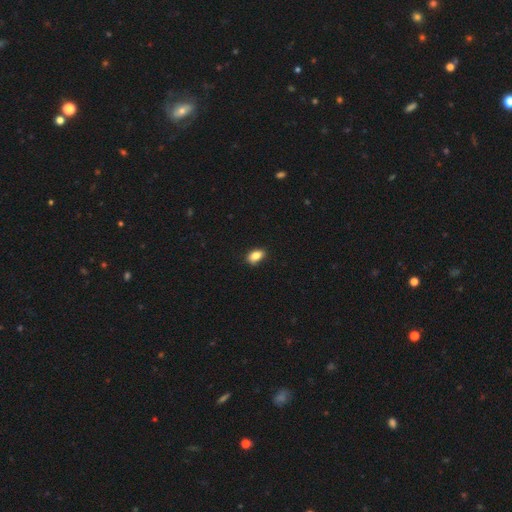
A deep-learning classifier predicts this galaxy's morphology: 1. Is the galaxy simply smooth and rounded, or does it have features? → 84% smooth, 9% star or artifact, 8% featured or disk.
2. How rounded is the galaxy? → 85% in between, 12% round, 2% cigar-shaped.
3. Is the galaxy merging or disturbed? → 79% none, 17% minor disturbance, 3% major disturbance, 1% merger.